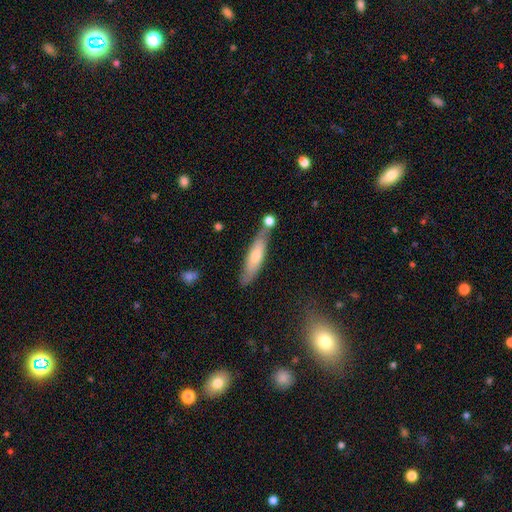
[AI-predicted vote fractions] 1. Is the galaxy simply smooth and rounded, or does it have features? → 59% smooth, 35% featured or disk, 6% star or artifact.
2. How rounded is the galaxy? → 75% cigar-shaped, 24% in between, 2% round.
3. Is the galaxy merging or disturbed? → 65% none, 17% minor disturbance, 14% merger, 4% major disturbance.